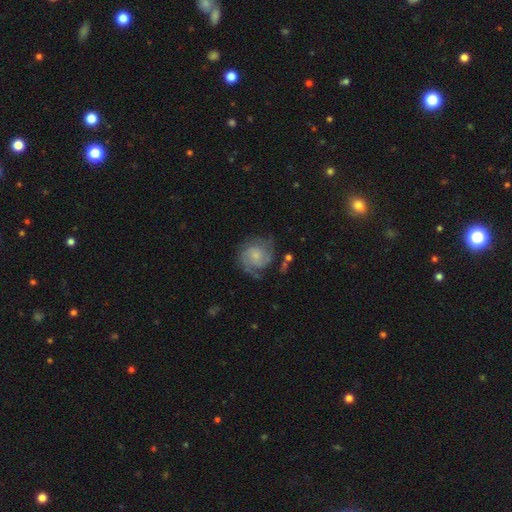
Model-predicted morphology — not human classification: Overall: featured or disk (76%). Edge-on disk: no (98%). Bar: no (70%). Spiral arms: yes (94%). Spiral arm count: 2 (49%; 3 18%). Spiral winding: tight (44%; medium 41%). Bulge size: small (63%). Merging: none (65%).